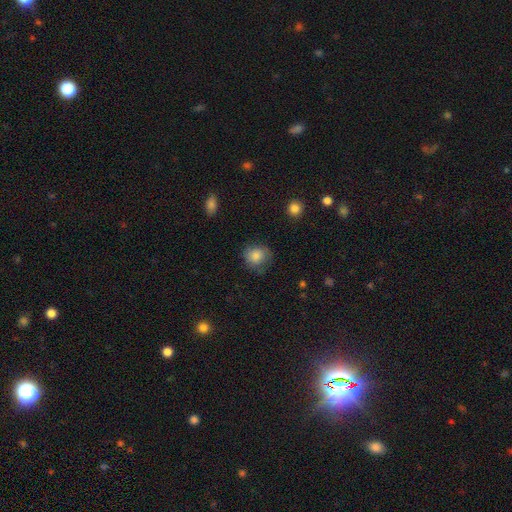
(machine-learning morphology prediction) type=smooth (83%); roundness=round (81%); merging=none (69%).